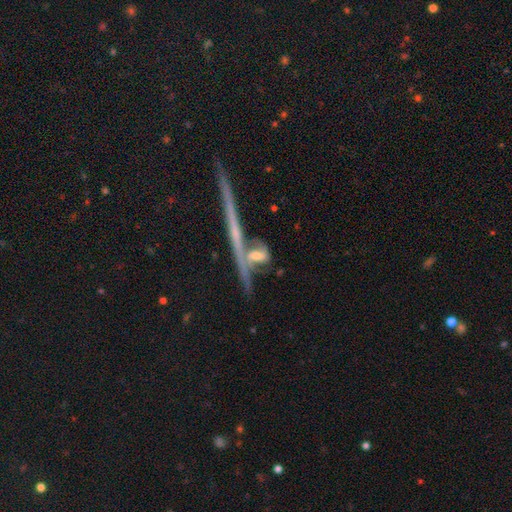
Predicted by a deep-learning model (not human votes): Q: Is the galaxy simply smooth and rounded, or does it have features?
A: featured or disk — 65%.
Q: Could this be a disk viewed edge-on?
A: yes — 58%.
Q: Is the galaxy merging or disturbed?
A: none — 40%.